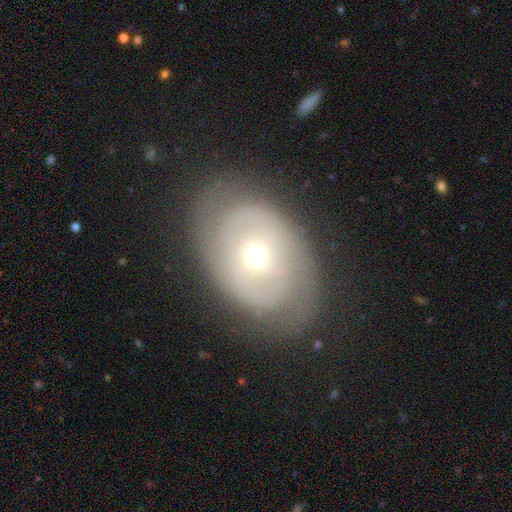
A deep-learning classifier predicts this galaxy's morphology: Q: Smooth or featured?
A: featured or disk (63%); runner-up: smooth (29%)
Q: Edge-on disk?
A: no (94%); runner-up: yes (6%)
Q: Bar?
A: no (73%); runner-up: weak (20%)
Q: Spiral arms?
A: yes (57%); runner-up: no (43%)
Q: Bulge size?
A: small (52%); runner-up: moderate (44%)
Q: Merging?
A: none (77%); runner-up: minor disturbance (15%)